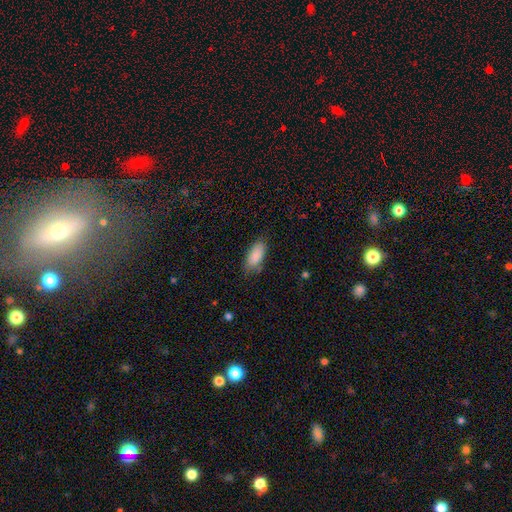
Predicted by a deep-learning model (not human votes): Smooth or featured? Predicted: smooth (p=0.87). How rounded? Predicted: in between (p=0.87). Merging? Predicted: none (p=0.74).